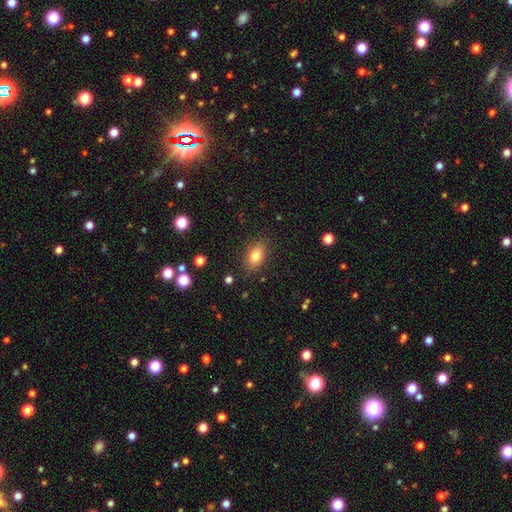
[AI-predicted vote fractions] Overall: smooth (81%). How rounded: in between (84%). Merging: none (85%).